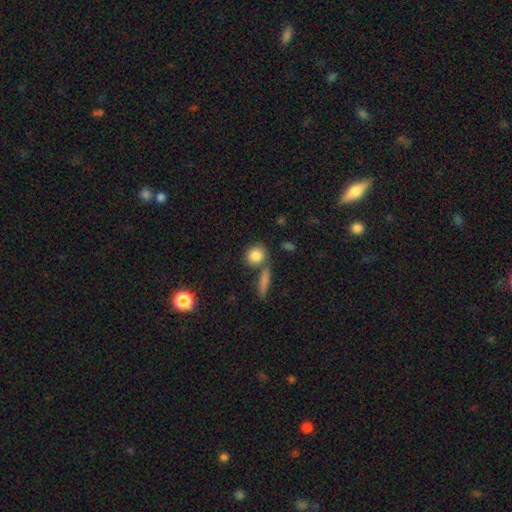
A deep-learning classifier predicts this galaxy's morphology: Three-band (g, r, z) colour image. It shows a smooth galaxy with no disk features (84%) that is round (75%). Merging: none (68%).